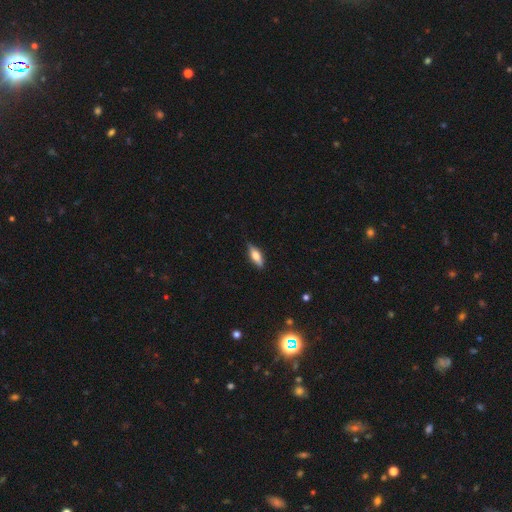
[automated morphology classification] This is possibly a smooth galaxy (59%). How rounded: possibly in between (58%). Merging: clearly none (83%).